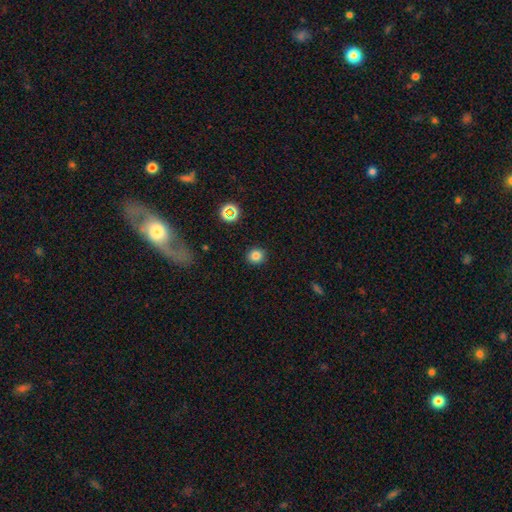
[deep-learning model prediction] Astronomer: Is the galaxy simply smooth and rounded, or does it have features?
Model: smooth — 81%.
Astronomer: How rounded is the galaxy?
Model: round — 86%.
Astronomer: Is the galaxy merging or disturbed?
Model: none — 91%.